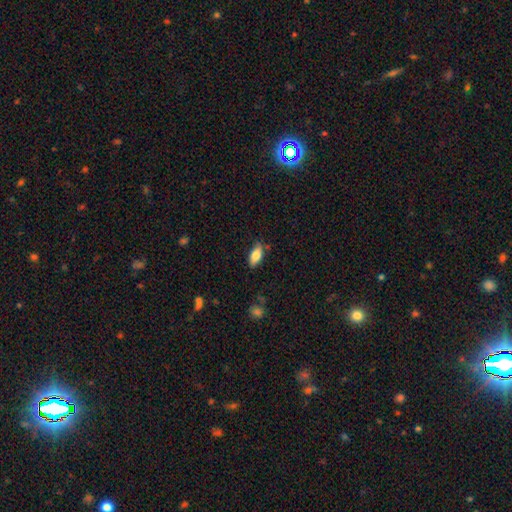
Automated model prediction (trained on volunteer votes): Smooth or featured? Predicted: smooth (p=0.81). How rounded? Predicted: in between (p=0.88). Merging? Predicted: none (p=0.75).